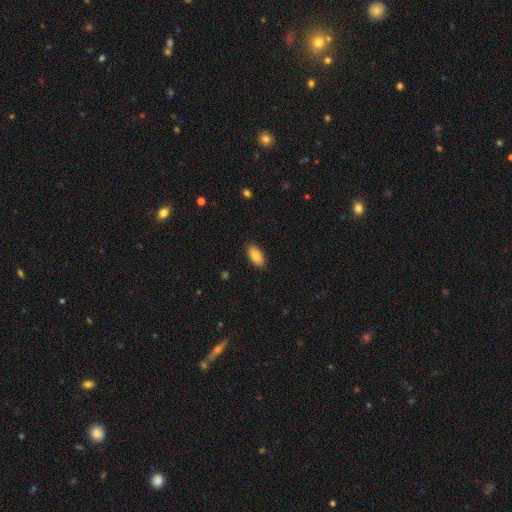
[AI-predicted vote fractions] A smooth galaxy with no disk features (86%) that is in between round and cigar-shaped (92%).

Vote fractions:
- Smooth or featured? smooth: 86% / featured or disk: 7% / star or artifact: 7%
- How rounded? in between: 92% / cigar-shaped: 5% / round: 2%
- Merging? none: 89% / minor disturbance: 8% / major disturbance: 2% / merger: 1%